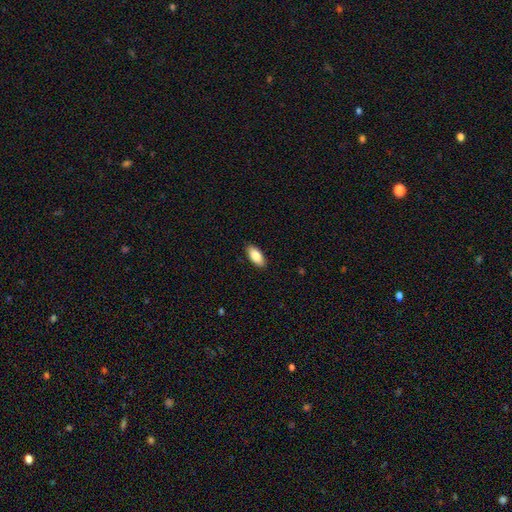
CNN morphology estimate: This is clearly a smooth galaxy (84%). How rounded: clearly in between (89%). Merging: clearly none (89%).